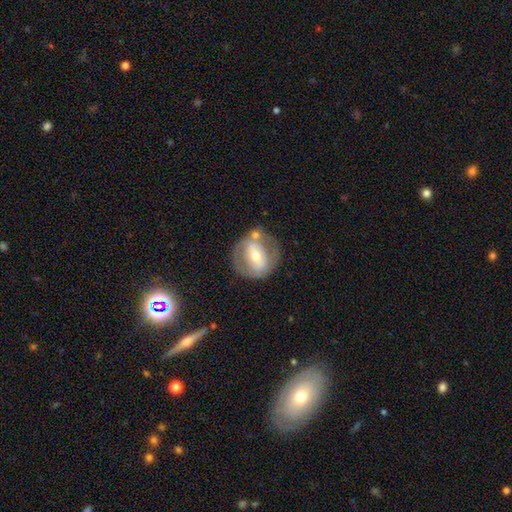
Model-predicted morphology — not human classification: This appears to be a featured or disk galaxy (62%) with a strong bar (42%), no spiral arms (58%) and a moderate central bulge (60%). Merging: none (59%).